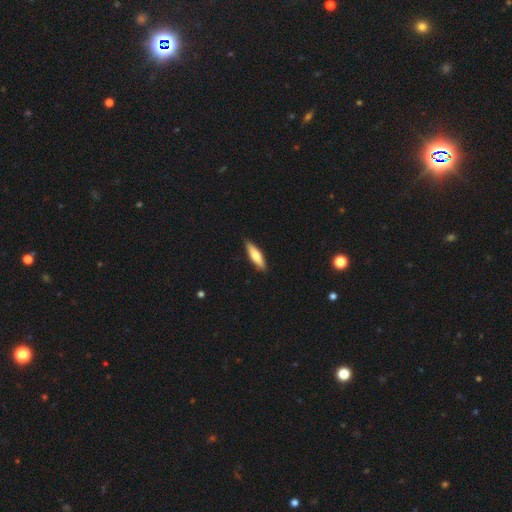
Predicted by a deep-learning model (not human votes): A smooth galaxy with no disk features (67%) that is cigar-shaped (63%).

Vote fractions:
- Smooth or featured? smooth: 67% / featured or disk: 28% / star or artifact: 5%
- How rounded? cigar-shaped: 63% / in between: 35% / round: 2%
- Merging? none: 89% / minor disturbance: 8% / major disturbance: 2% / merger: 1%